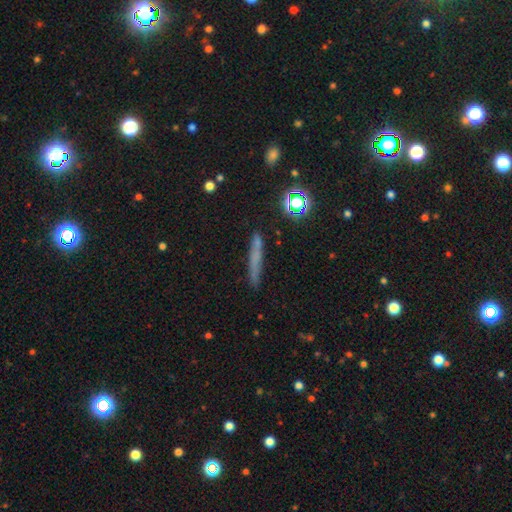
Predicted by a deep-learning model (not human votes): The model was most divided on "smooth or featured": smooth: 57%, featured or disk: 26%, star or artifact: 17%. More confident: how rounded — cigar-shaped (92%); merging — none (83%).